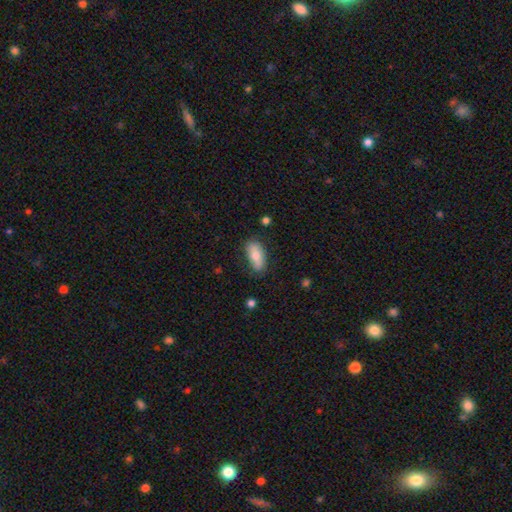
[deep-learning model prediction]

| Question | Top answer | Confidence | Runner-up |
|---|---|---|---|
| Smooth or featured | smooth | 75% | featured or disk (19%) |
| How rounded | in between | 86% | cigar-shaped (11%) |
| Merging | none | 72% | minor disturbance (21%) |